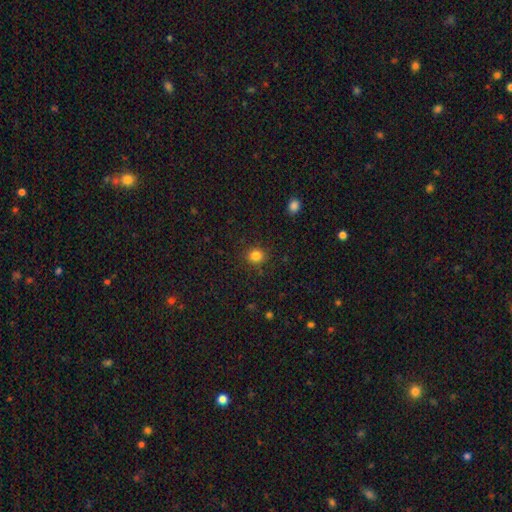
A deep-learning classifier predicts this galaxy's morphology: Smooth or featured: smooth — 83% (star or artifact — 12%)
How rounded: round — 82% (in between — 17%)
Merging: none — 87% (minor disturbance — 9%)